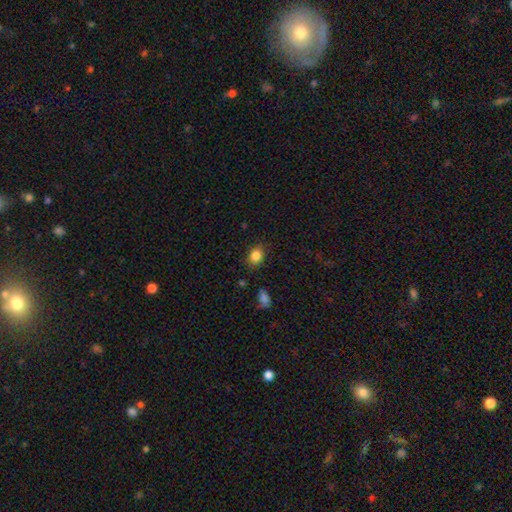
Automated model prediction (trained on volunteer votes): A smooth galaxy with no disk features (85%) that is in between round and cigar-shaped (54%).

Vote fractions:
- Smooth or featured? smooth: 85% / star or artifact: 10% / featured or disk: 5%
- How rounded? in between: 54% / round: 45% / cigar-shaped: 1%
- Merging? none: 81% / minor disturbance: 14% / major disturbance: 3% / merger: 2%